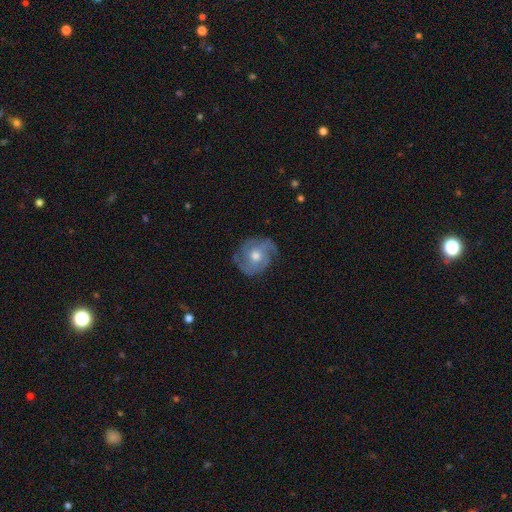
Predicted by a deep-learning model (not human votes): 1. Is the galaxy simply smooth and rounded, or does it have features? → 78% featured or disk, 16% smooth, 6% star or artifact.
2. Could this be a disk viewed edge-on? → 97% no, 3% yes.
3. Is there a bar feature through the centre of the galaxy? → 76% no, 21% weak, 4% strong.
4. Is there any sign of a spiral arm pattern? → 93% yes, 7% no.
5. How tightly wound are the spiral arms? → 48% tight, 39% medium, 12% loose.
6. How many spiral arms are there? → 41% 3, 21% 2, 19% can't tell, 9% 4, 5% 1, 5% more than 4.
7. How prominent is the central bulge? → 77% moderate, 15% small, 7% large, 1% none, 1% dominant.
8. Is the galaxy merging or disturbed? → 74% none, 18% minor disturbance, 6% major disturbance, 1% merger.